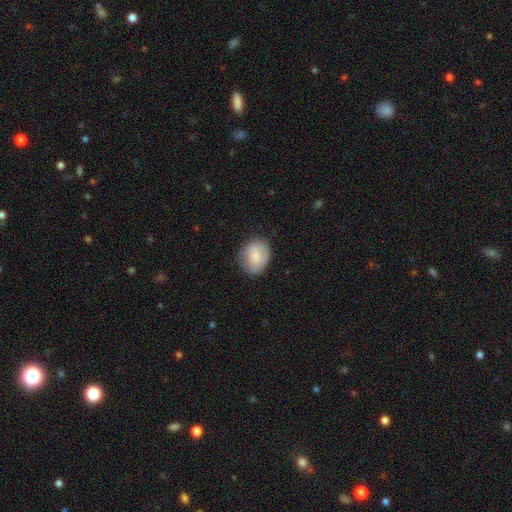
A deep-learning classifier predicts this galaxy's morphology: Smooth or featured? Predicted: smooth (p=0.81). How rounded? Predicted: in between (p=0.52). Merging? Predicted: none (p=0.72).